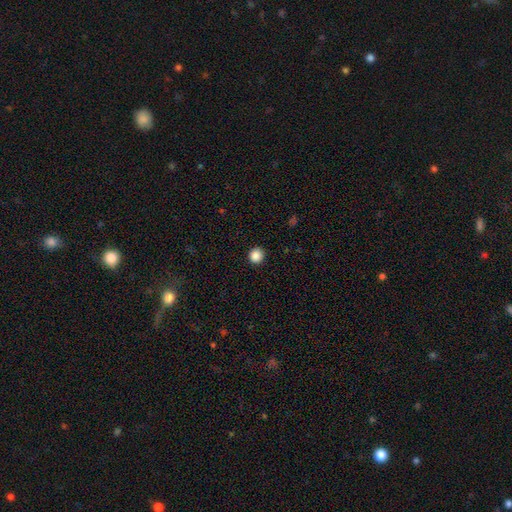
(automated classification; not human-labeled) smooth_or_featured: smooth (p=0.87) [alt: star or artifact p=0.10]
how_rounded: round (p=0.94) [alt: in between p=0.05]
merging: none (p=0.93) [alt: minor disturbance p=0.05]